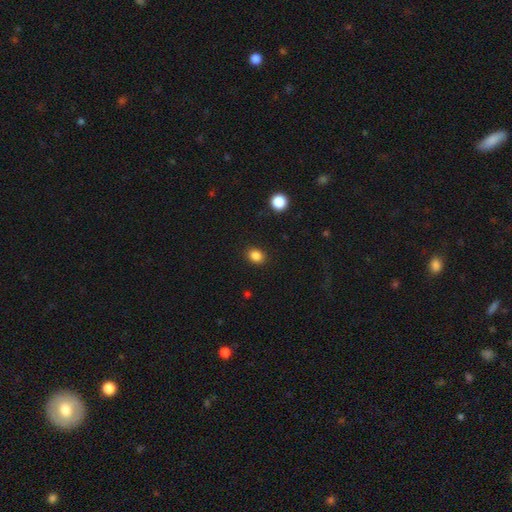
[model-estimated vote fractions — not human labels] Q: Smooth or featured?
A: smooth (85%); runner-up: star or artifact (11%)
Q: How rounded?
A: round (53%); runner-up: in between (46%)
Q: Merging?
A: none (90%); runner-up: minor disturbance (7%)